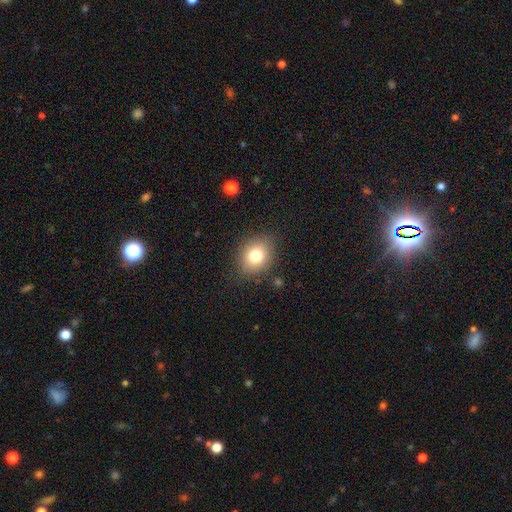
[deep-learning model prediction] This appears to be a smooth galaxy with no disk features (78%) that is round (56%). Merging: none (84%).